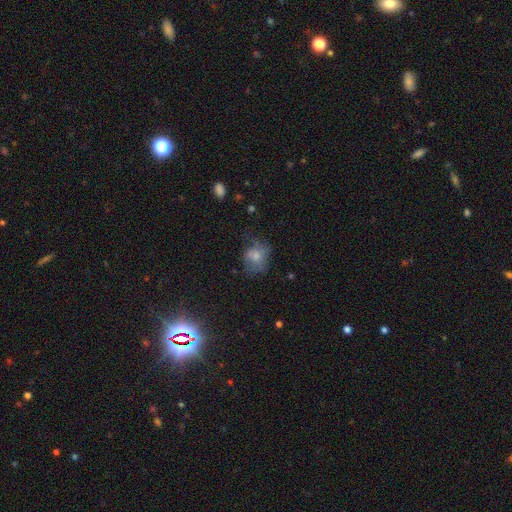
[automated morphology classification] Smooth or featured? smooth (61%)
How rounded? round (53%)
Merging? none (40%)